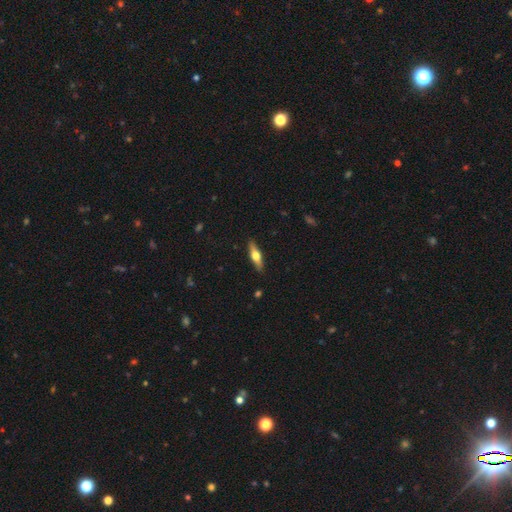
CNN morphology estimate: The model was most divided on "smooth or featured": featured or disk: 54%, smooth: 41%, star or artifact: 6%. More confident: edge-on bulge — rounded (95%); edge-on disk — yes (93%); merging — none (89%).